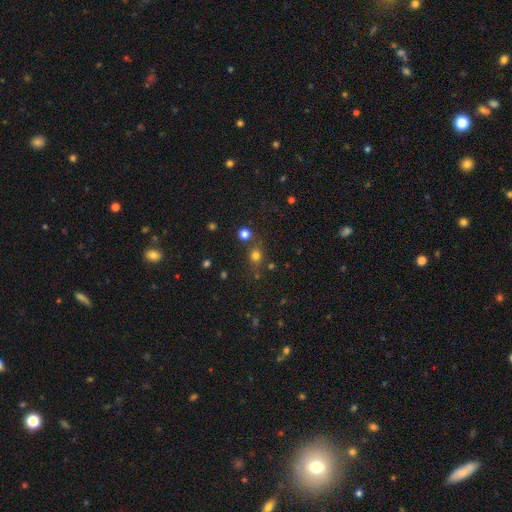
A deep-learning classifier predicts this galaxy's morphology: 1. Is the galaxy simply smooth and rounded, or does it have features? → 74% smooth, 19% star or artifact, 7% featured or disk.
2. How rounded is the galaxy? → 80% round, 19% in between, 1% cigar-shaped.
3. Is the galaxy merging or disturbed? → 70% none, 14% merger, 11% minor disturbance, 5% major disturbance.